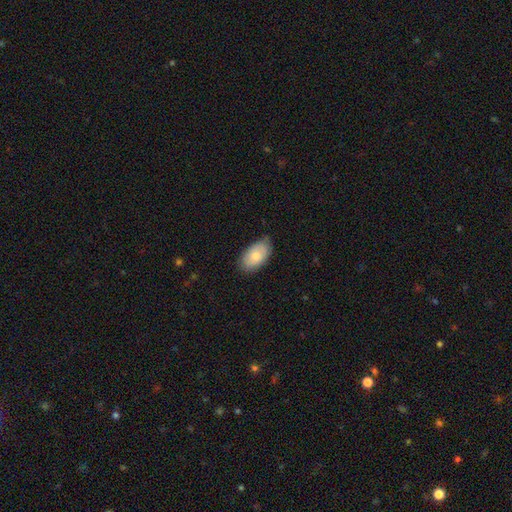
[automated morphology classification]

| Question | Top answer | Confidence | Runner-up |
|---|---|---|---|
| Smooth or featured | smooth | 72% | featured or disk (22%) |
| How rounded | in between | 93% | round (5%) |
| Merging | none | 75% | minor disturbance (21%) |